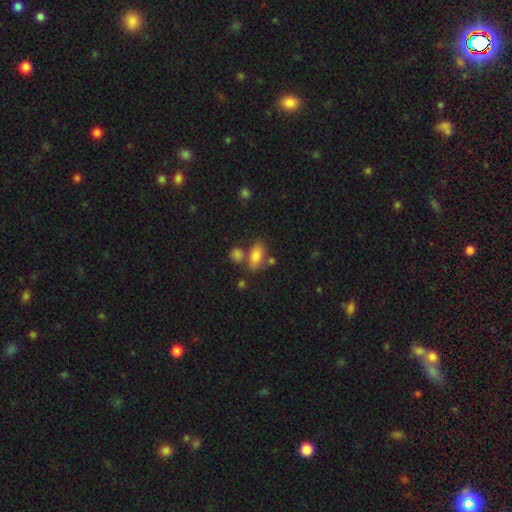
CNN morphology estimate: smooth_or_featured: smooth (p=0.80) [alt: featured or disk p=0.10]
how_rounded: in between (p=0.87) [alt: round p=0.08]
merging: none (p=0.57) [alt: merger p=0.20]